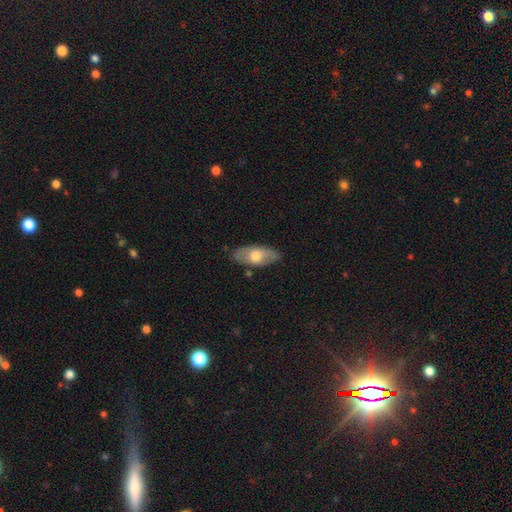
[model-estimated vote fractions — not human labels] Morphology: type=smooth (55%); roundness=in between (86%); merging=none (80%).